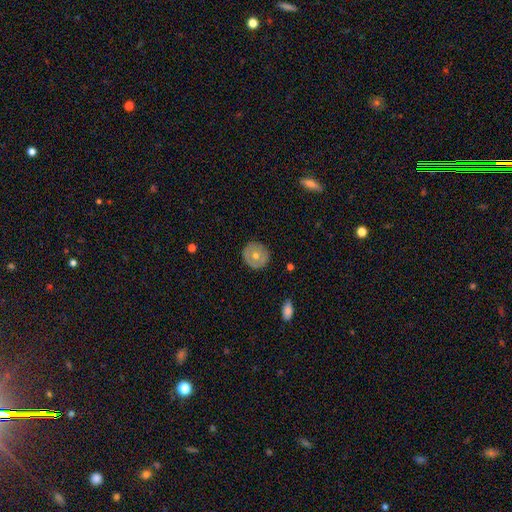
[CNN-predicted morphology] smooth 49%, featured or disk 43%, star or artifact 8%. Down the decision tree: merging — none (87%).